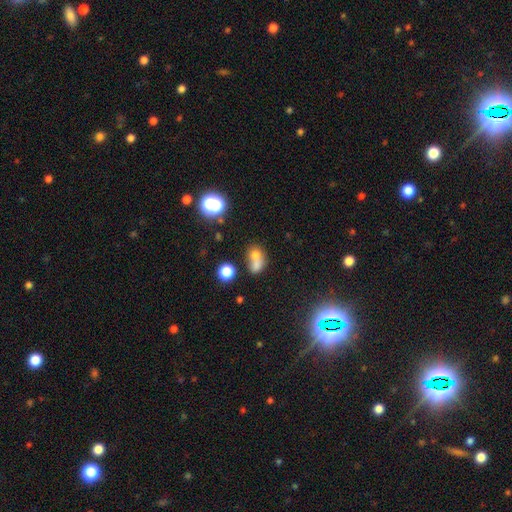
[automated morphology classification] Smooth or featured? smooth (69%)
How rounded? in between (50%)
Merging? merger (60%)